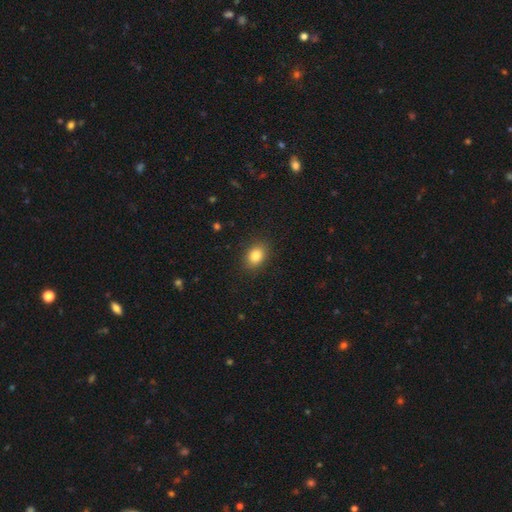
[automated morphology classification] Smooth or featured? Predicted: smooth (p=0.84). How rounded? Predicted: in between (p=0.69). Merging? Predicted: none (p=0.88).